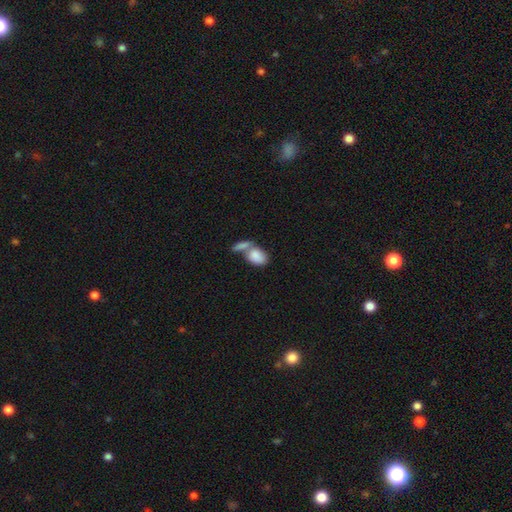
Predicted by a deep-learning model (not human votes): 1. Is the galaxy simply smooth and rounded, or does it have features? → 84% smooth, 10% featured or disk, 6% star or artifact.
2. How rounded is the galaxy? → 87% in between, 11% round, 2% cigar-shaped.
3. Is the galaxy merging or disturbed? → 59% merger, 27% none, 9% minor disturbance, 6% major disturbance.